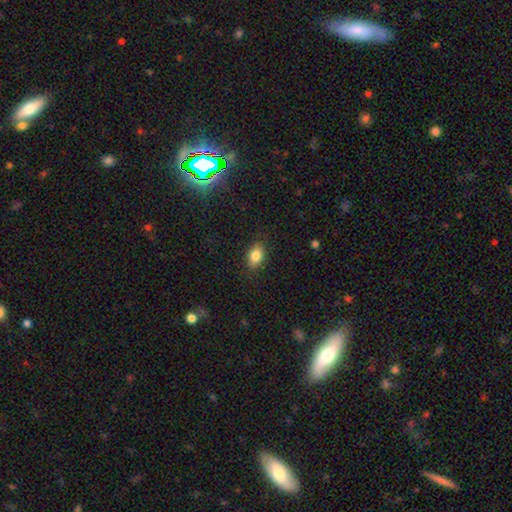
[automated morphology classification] A smooth galaxy with no disk features (84%) that is in between round and cigar-shaped (82%).

Vote fractions:
- Smooth or featured? smooth: 84% / star or artifact: 9% / featured or disk: 8%
- How rounded? in between: 82% / round: 16% / cigar-shaped: 2%
- Merging? none: 86% / minor disturbance: 10% / major disturbance: 3% / merger: 1%